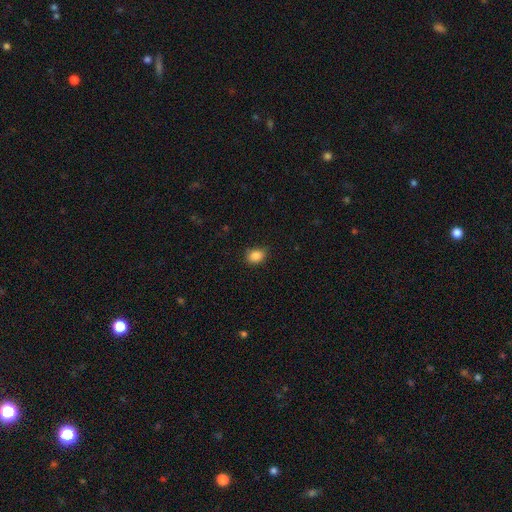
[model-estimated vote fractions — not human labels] Smooth or featured? smooth (87%)
How rounded? in between (62%)
Merging? none (83%)